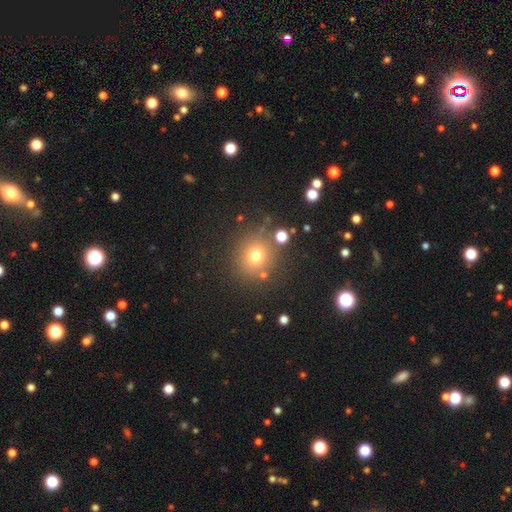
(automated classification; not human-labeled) This appears to be a smooth galaxy with no disk features (72%) that is round (90%). Merging: none (80%).